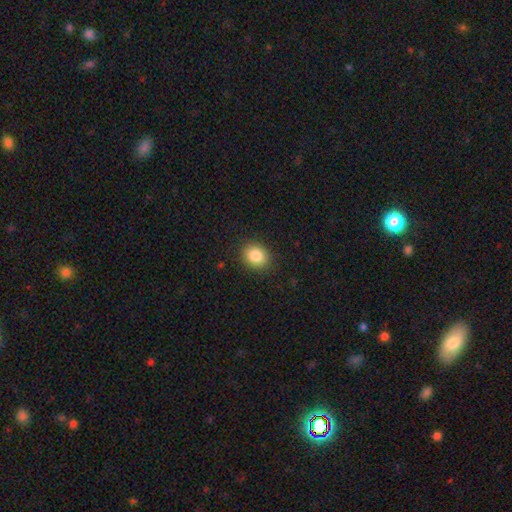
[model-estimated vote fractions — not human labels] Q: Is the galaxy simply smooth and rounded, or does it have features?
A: smooth — 86%.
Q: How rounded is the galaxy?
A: round — 58%.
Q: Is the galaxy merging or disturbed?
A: none — 88%.